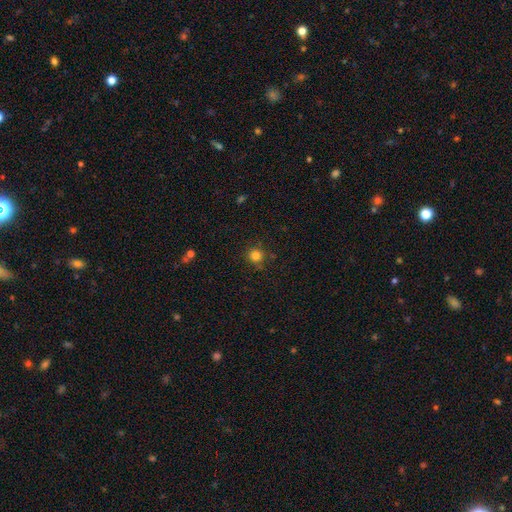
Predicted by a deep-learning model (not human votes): Overall: smooth (82%). How rounded: round (93%). Merging: none (83%).